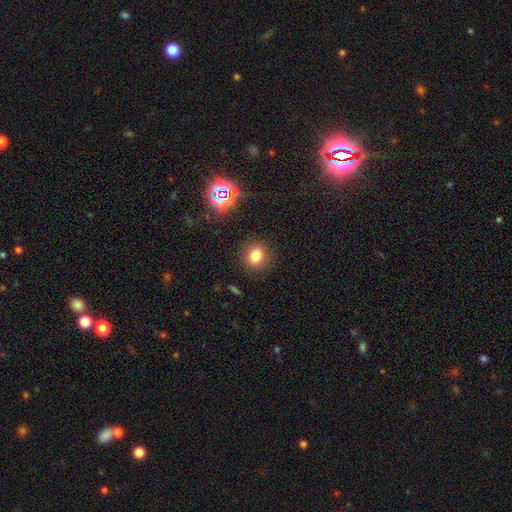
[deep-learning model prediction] This appears to be a smooth galaxy with no disk features (78%) that is round (73%). Merging: none (86%).